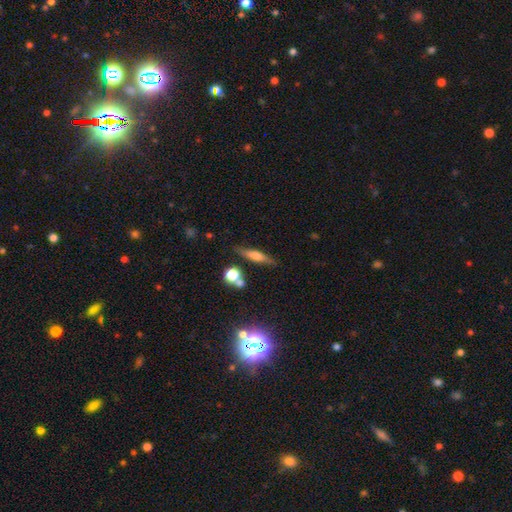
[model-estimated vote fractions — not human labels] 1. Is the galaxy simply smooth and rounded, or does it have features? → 49% smooth, 42% featured or disk, 9% star or artifact.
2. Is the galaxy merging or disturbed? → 78% none, 12% minor disturbance, 7% merger, 4% major disturbance.